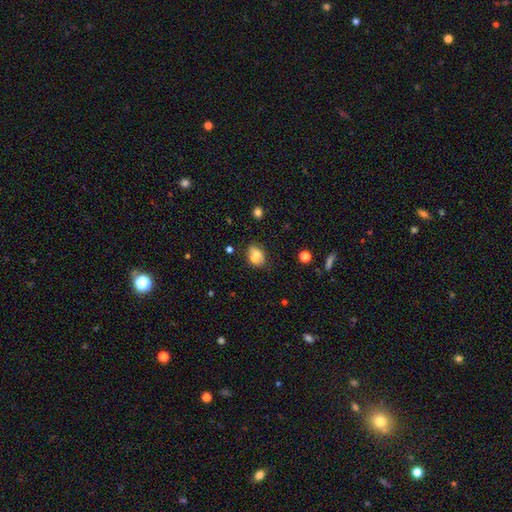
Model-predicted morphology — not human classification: This is likely a smooth galaxy (63%). How rounded: likely in between (63%). Merging: marginally merger (43%).